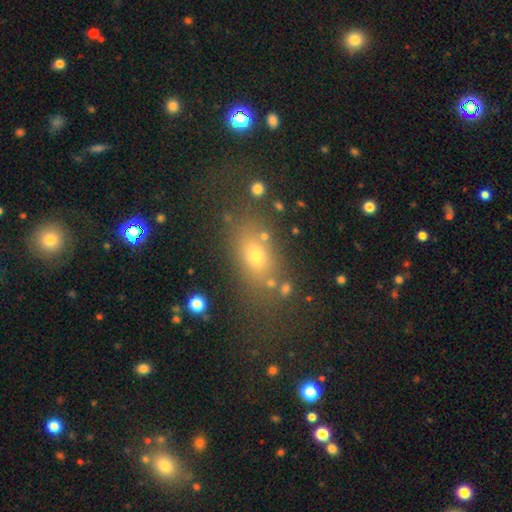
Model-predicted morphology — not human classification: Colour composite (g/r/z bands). It shows a smooth galaxy with no disk features (67%) that is in between round and cigar-shaped (69%). Merging: none (73%).